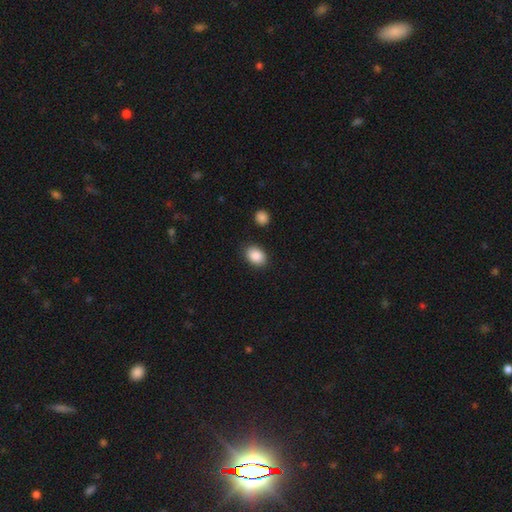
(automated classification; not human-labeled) A smooth galaxy with no disk features (89%) that is in between round and cigar-shaped (71%).

Vote fractions:
- Smooth or featured? smooth: 89% / star or artifact: 8% / featured or disk: 4%
- How rounded? in between: 71% / round: 27% / cigar-shaped: 1%
- Merging? none: 86% / minor disturbance: 9% / major disturbance: 3% / merger: 2%